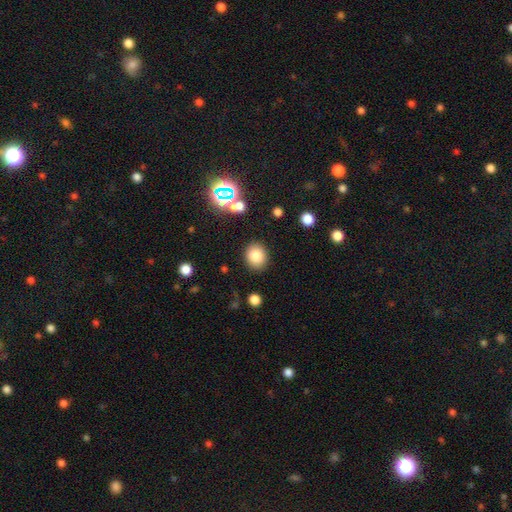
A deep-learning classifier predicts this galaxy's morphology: A smooth galaxy with no disk features (80%) that is round (67%). Merging: none (87%).